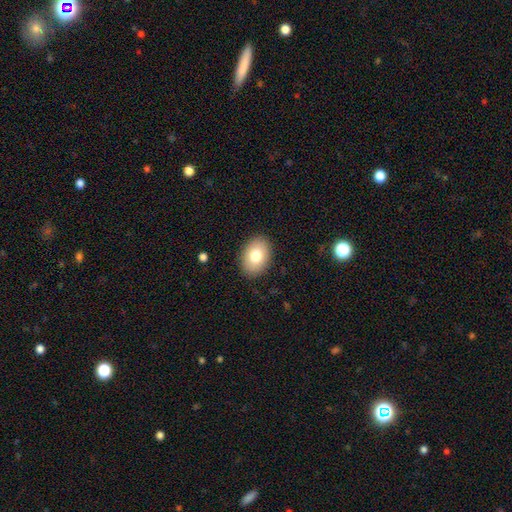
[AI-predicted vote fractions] smooth 78%, featured or disk 15%, star or artifact 8%. Down the decision tree: how rounded — in between (82%); merging — none (89%).